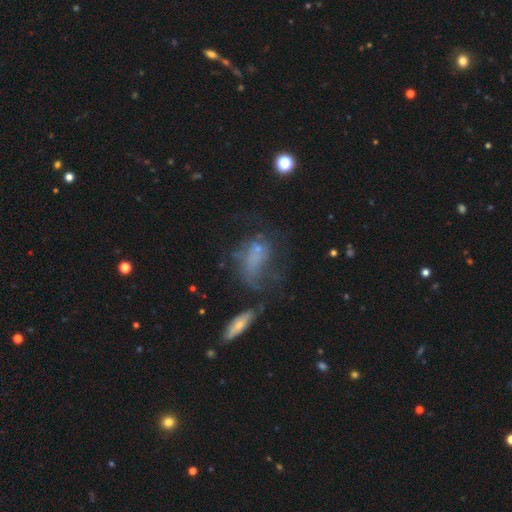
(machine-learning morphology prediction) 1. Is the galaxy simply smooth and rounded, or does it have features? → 43% featured or disk, 37% smooth, 20% star or artifact.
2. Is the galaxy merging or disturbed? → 37% major disturbance, 32% none, 19% minor disturbance, 12% merger.